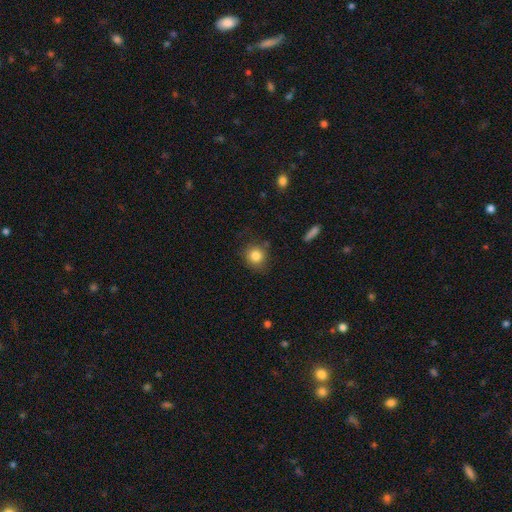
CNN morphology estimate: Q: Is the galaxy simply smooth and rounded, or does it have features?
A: smooth — 83%.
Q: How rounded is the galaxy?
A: round — 85%.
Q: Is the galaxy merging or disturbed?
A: none — 79%.